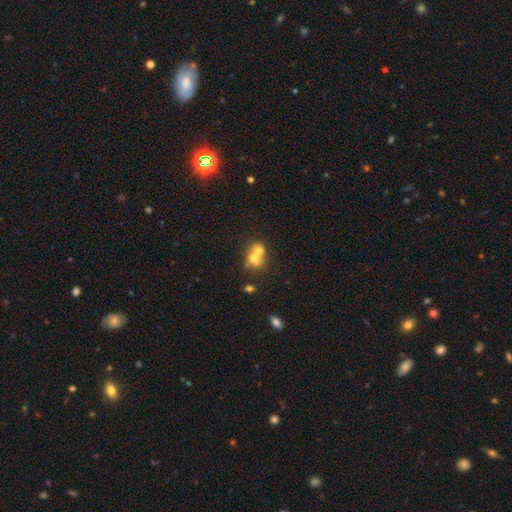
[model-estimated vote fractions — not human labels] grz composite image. It shows a smooth galaxy with no disk features (65%) that is round (60%). Merging: merger (68%).